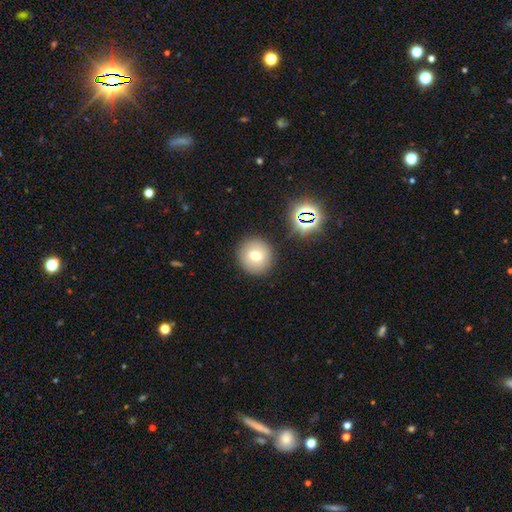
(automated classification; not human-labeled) Smooth or featured?
  - smooth: 69% *
  - featured or disk: 17%
  - star or artifact: 14%
How rounded?
  - round: 90% *
  - in between: 9%
  - cigar-shaped: 1%
Merging?
  - none: 87% *
  - minor disturbance: 8%
  - major disturbance: 3%
  - merger: 3%